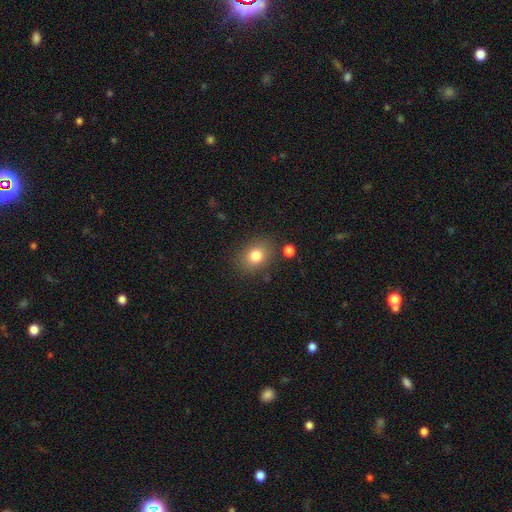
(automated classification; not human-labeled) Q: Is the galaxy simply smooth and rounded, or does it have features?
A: smooth — 80%.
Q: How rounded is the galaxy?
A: round — 51%.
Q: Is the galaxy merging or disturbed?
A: none — 82%.